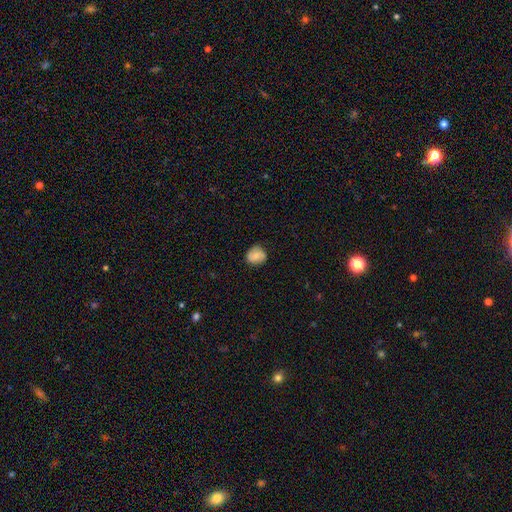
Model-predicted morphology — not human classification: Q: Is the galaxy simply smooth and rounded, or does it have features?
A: smooth — 73%.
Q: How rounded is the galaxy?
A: round — 73%.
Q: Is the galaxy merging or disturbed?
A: none — 76%.